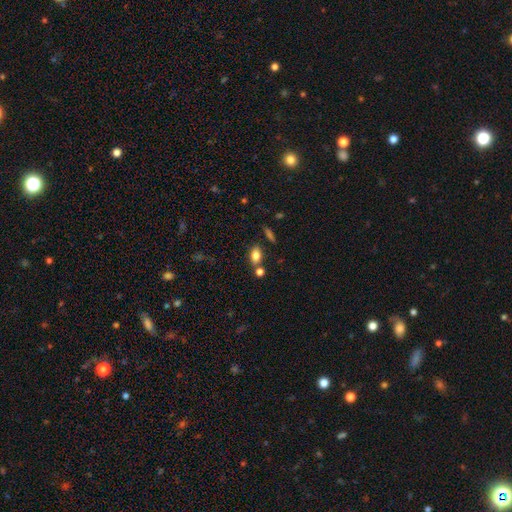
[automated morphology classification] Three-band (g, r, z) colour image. It shows a smooth galaxy with no disk features (80%) that is in between round and cigar-shaped (83%). Merging: none (67%).